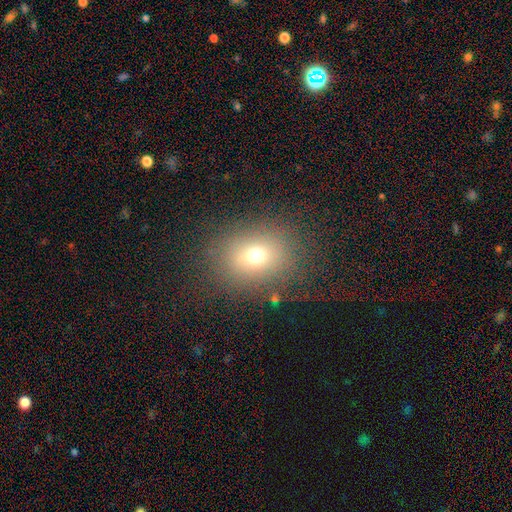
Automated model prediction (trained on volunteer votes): A smooth galaxy with no disk features (69%) that is round (55%).

Vote fractions:
- Smooth or featured? smooth: 69% / star or artifact: 18% / featured or disk: 13%
- How rounded? round: 55% / in between: 44% / cigar-shaped: 1%
- Merging? none: 82% / minor disturbance: 11% / major disturbance: 6% / merger: 1%